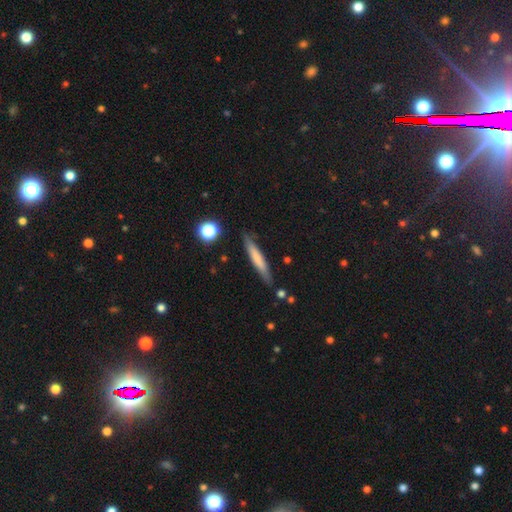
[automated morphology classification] A smooth galaxy with no disk features (65%) that is cigar-shaped (94%).

Vote fractions:
- Smooth or featured? smooth: 65% / featured or disk: 29% / star or artifact: 6%
- How rounded? cigar-shaped: 94% / in between: 5% / round: 1%
- Merging? none: 85% / minor disturbance: 11% / merger: 2% / major disturbance: 2%